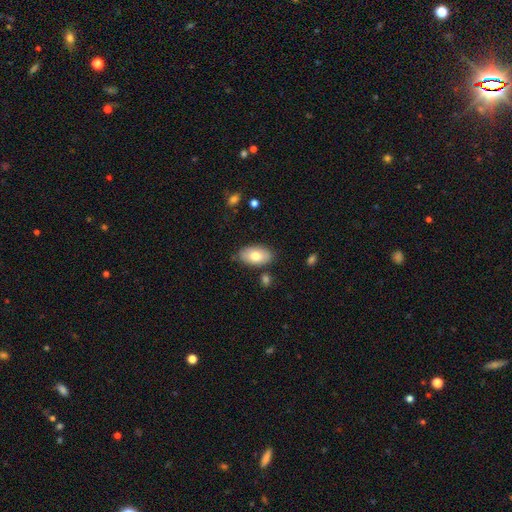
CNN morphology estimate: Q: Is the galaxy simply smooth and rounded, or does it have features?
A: smooth — 75%.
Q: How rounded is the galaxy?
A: in between — 94%.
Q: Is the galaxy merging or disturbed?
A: none — 80%.